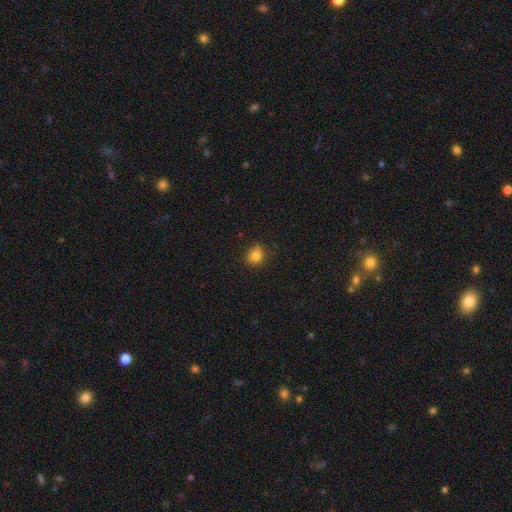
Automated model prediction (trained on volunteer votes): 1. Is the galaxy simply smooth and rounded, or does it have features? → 82% smooth, 11% star or artifact, 7% featured or disk.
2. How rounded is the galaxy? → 65% round, 33% in between, 1% cigar-shaped.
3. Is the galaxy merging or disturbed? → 75% none, 20% minor disturbance, 4% major disturbance, 2% merger.